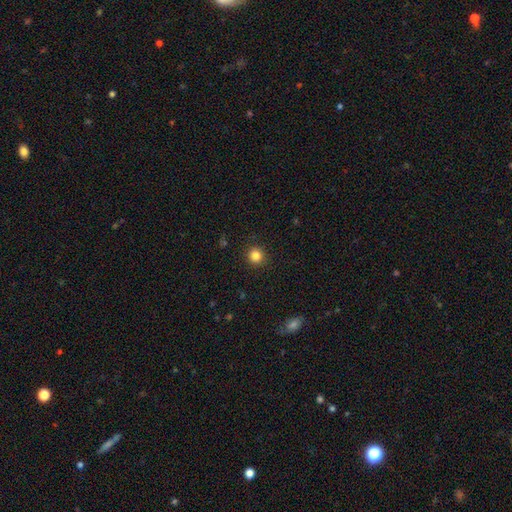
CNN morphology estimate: Overall: smooth (83%). How rounded: round (93%). Merging: none (92%).